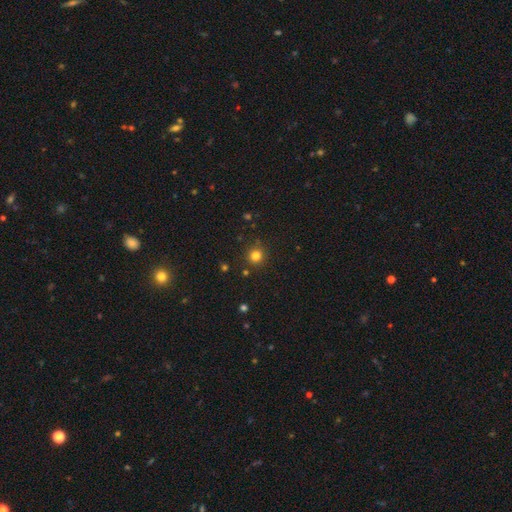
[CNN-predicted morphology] A smooth galaxy with no disk features (81%) that is round (94%).

Vote fractions:
- Smooth or featured? smooth: 81% / star or artifact: 14% / featured or disk: 5%
- How rounded? round: 94% / in between: 5% / cigar-shaped: 1%
- Merging? none: 88% / minor disturbance: 7% / merger: 3% / major disturbance: 2%